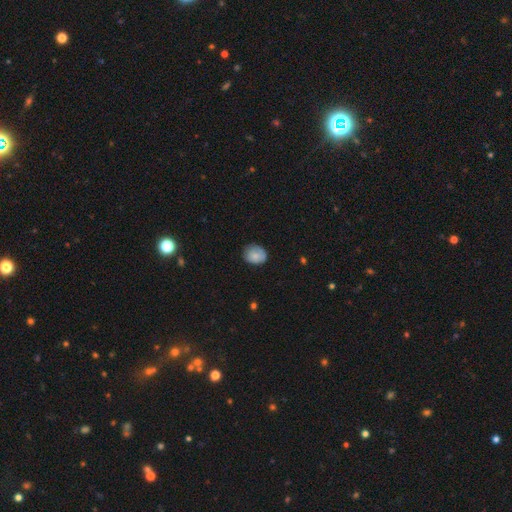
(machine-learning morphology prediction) Smooth or featured? Predicted: smooth (p=0.78). How rounded? Predicted: round (p=0.53). Merging? Predicted: none (p=0.70).